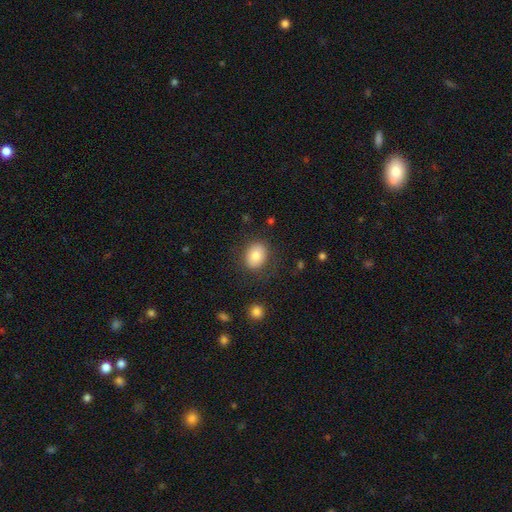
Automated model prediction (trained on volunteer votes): Overall: smooth (81%). How rounded: in between (56%; round 43%). Merging: none (82%).